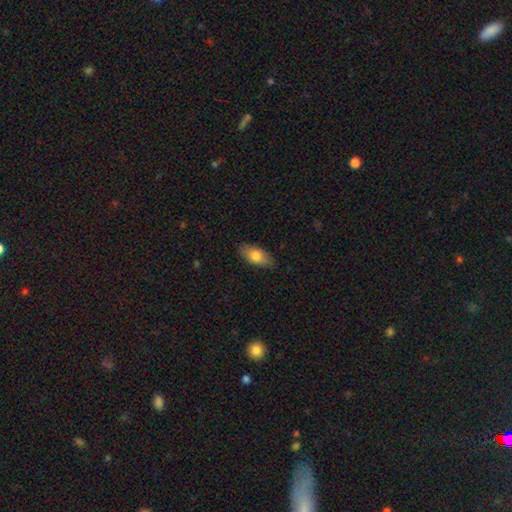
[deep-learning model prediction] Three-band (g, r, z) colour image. It shows a smooth galaxy with no disk features (79%) that is in between round and cigar-shaped (89%). Merging: none (85%).